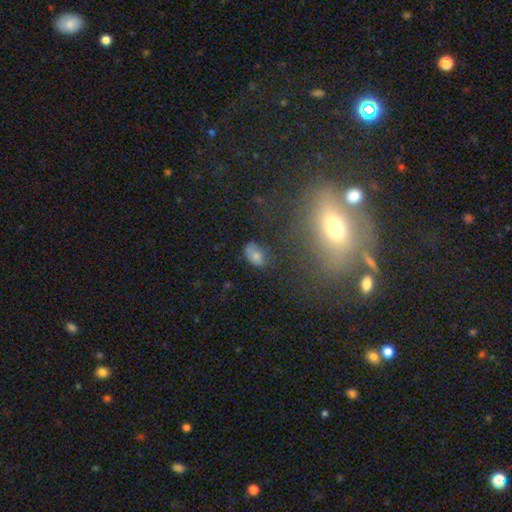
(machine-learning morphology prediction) This appears to be a smooth galaxy with no disk features (71%) that is in between round and cigar-shaped (85%). Merging: none (53%).